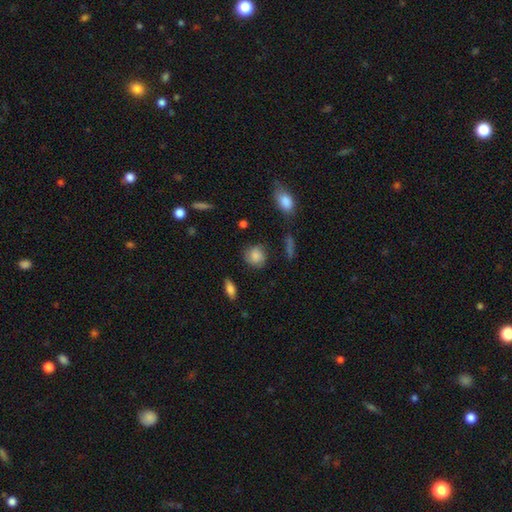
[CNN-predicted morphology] smooth-or-featured: smooth: 76% | featured or disk: 15% | star or artifact: 9%
  how-rounded: round: 76% | in between: 22% | cigar-shaped: 2%
  merging: none: 72% | minor disturbance: 19% | major disturbance: 6% | merger: 3%